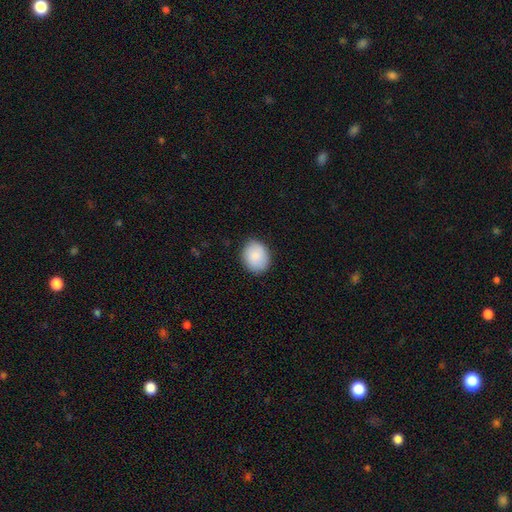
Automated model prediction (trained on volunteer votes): smooth_or_featured: smooth (p=0.87) [alt: featured or disk p=0.06]
how_rounded: round (p=0.53) [alt: in between p=0.46]
merging: none (p=0.85) [alt: minor disturbance p=0.12]